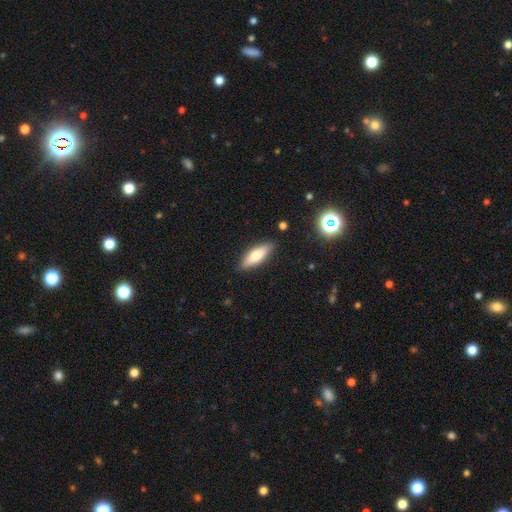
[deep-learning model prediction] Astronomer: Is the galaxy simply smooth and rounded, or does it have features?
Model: smooth — 64%.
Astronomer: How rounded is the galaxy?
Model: in between — 57% (runner-up: cigar-shaped, 41%).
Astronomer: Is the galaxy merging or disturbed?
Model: none — 87%.